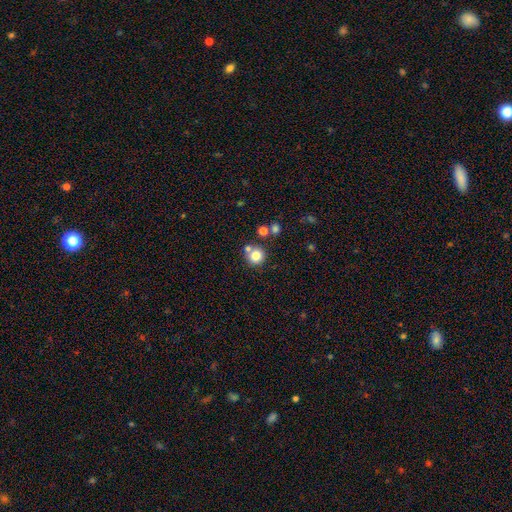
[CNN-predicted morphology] smooth 80%, star or artifact 12%, featured or disk 8%. Down the decision tree: how rounded — round (93%); merging — none (70%).